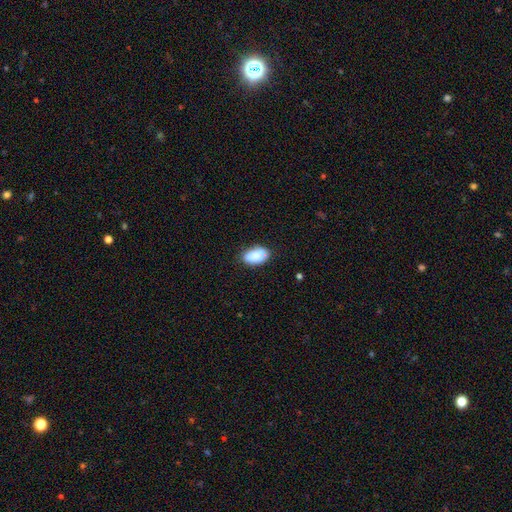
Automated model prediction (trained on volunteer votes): Morphology: type=smooth (82%); roundness=in between (93%); merging=none (75%).